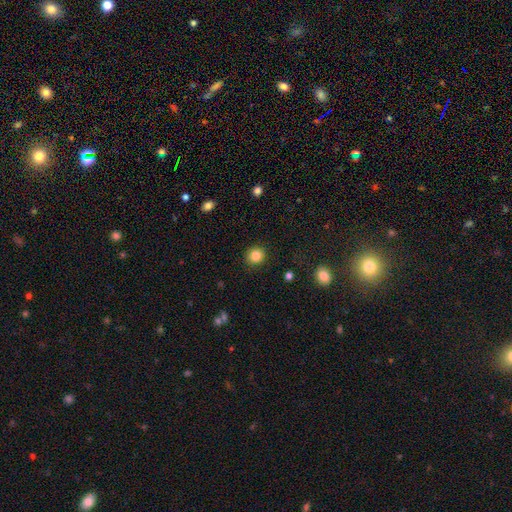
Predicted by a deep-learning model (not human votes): Smooth or featured? smooth (85%)
How rounded? round (84%)
Merging? none (90%)